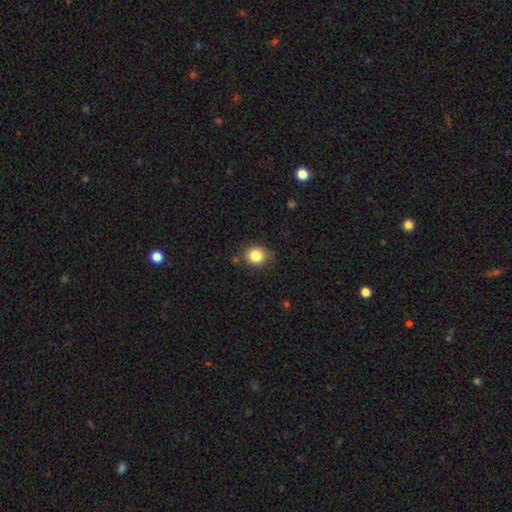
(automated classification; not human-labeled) The model was most divided on "how rounded": round: 74%, in between: 25%, cigar-shaped: 1%. More confident: smooth or featured — smooth (84%); merging — none (83%).